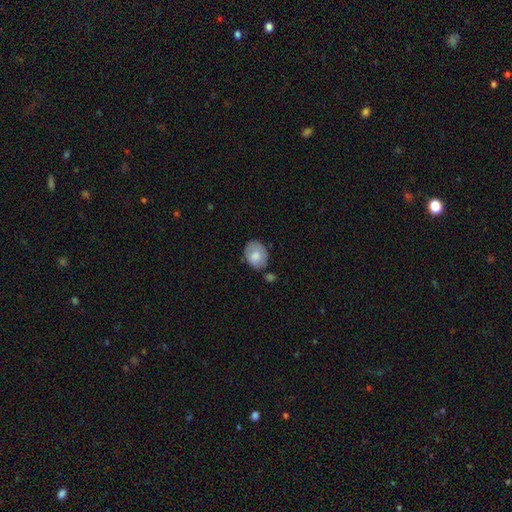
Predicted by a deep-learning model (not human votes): A smooth galaxy with no disk features (77%) that is in between round and cigar-shaped (62%).

Vote fractions:
- Smooth or featured? smooth: 77% / featured or disk: 16% / star or artifact: 7%
- How rounded? in between: 62% / round: 37% / cigar-shaped: 1%
- Merging? none: 64% / minor disturbance: 24% / merger: 7% / major disturbance: 6%